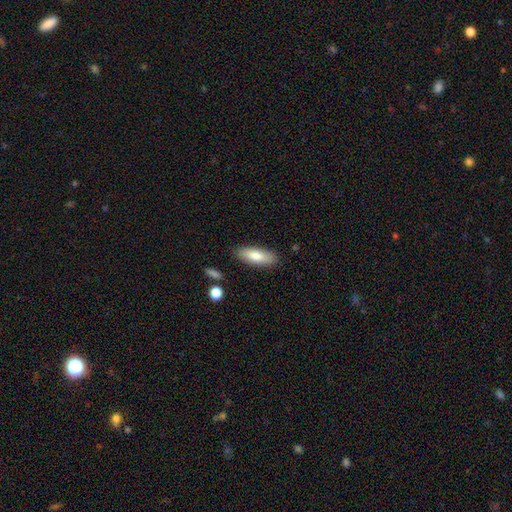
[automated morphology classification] smooth-or-featured: smooth: 79% | featured or disk: 15% | star or artifact: 6%
  how-rounded: in between: 63% | cigar-shaped: 35% | round: 2%
  merging: none: 86% | minor disturbance: 10% | major disturbance: 2% | merger: 2%